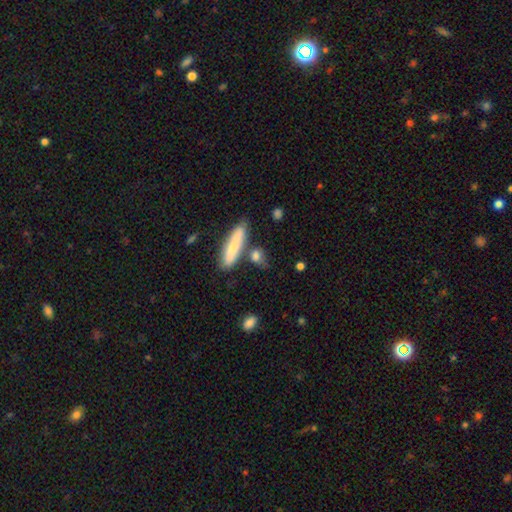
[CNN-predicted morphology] This is likely a smooth galaxy (74%). How rounded: marginally cigar-shaped (38%). Merging: likely none (61%).